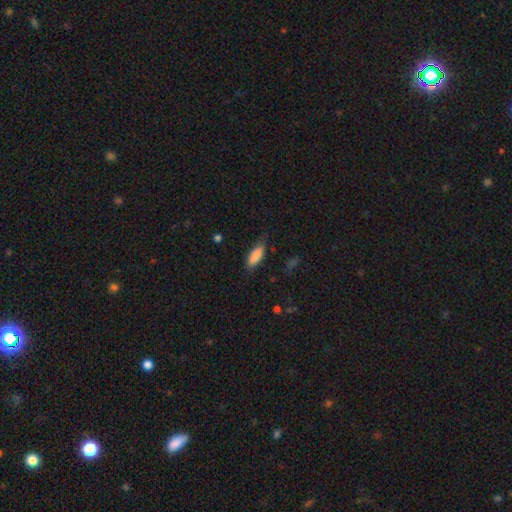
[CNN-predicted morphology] This is clearly a smooth galaxy (85%). How rounded: likely in between (69%). Merging: likely none (73%).